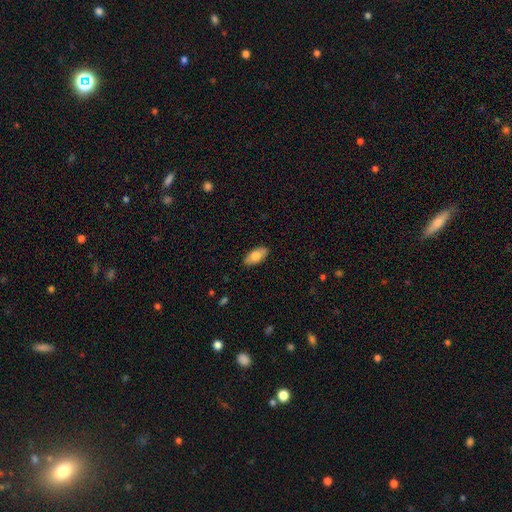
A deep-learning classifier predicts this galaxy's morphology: The model was most divided on "smooth or featured": smooth: 76%, featured or disk: 18%, star or artifact: 6%. More confident: how rounded — in between (90%); merging — none (88%).